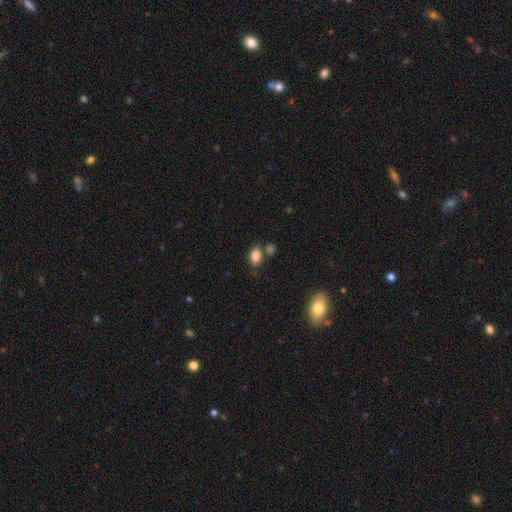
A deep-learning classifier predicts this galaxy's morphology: Smooth or featured? Predicted: smooth (p=0.84). How rounded? Predicted: in between (p=0.86). Merging? Predicted: none (p=0.68).